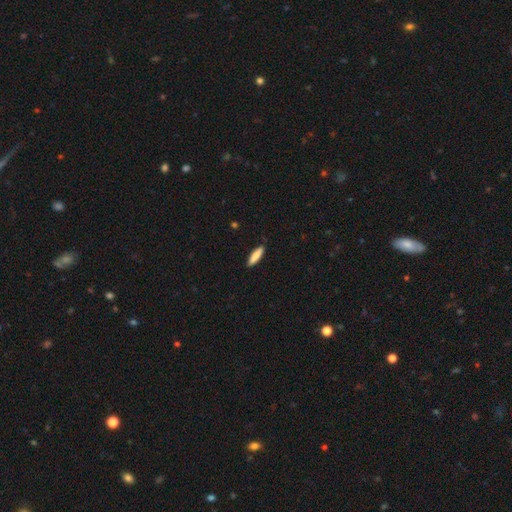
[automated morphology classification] type=smooth (86%); roundness=cigar-shaped (73%); merging=none (89%).